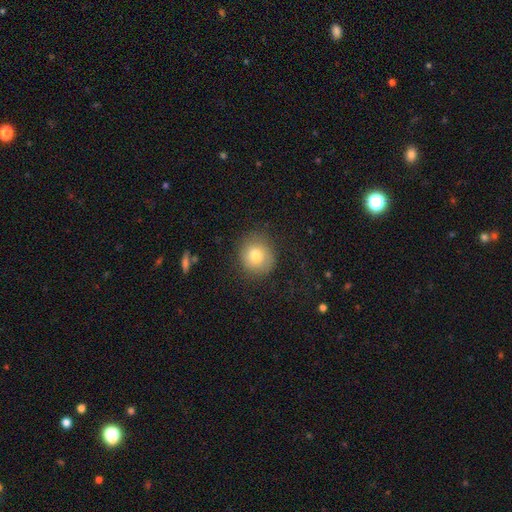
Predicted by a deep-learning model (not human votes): Smooth or featured?
  - smooth: 77% *
  - featured or disk: 13%
  - star or artifact: 10%
How rounded?
  - round: 85% *
  - in between: 14%
  - cigar-shaped: 1%
Merging?
  - none: 81% *
  - minor disturbance: 13%
  - major disturbance: 5%
  - merger: 1%